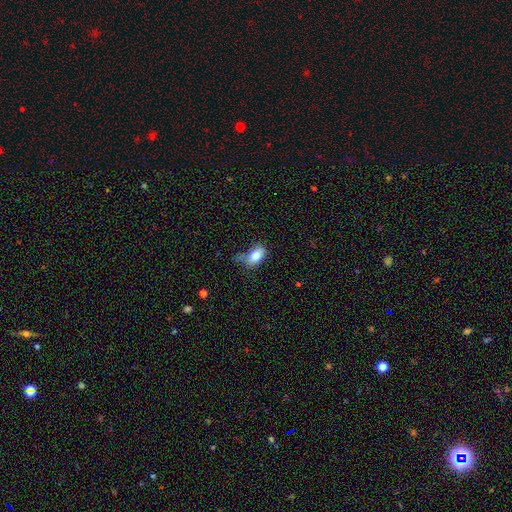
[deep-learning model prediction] smooth-or-featured: smooth: 82% | featured or disk: 10% | star or artifact: 8%
  how-rounded: in between: 89% | round: 9% | cigar-shaped: 2%
  merging: none: 46% | minor disturbance: 30% | major disturbance: 14% | merger: 11%